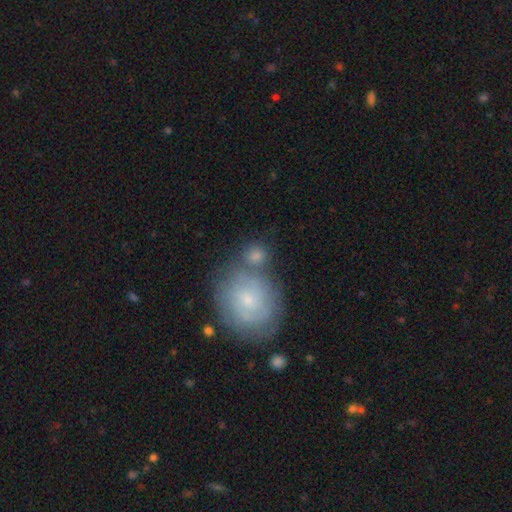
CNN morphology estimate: smooth-or-featured: smooth: 68% | featured or disk: 22% | star or artifact: 10%
  how-rounded: round: 87% | in between: 12% | cigar-shaped: 1%
  merging: none: 60% | merger: 24% | minor disturbance: 11% | major disturbance: 5%